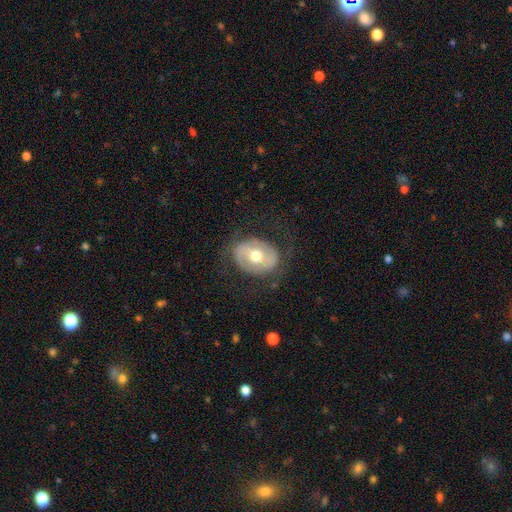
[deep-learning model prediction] This appears to be a featured or disk galaxy (54%) with no bar (50%), no spiral arms (59%) and a moderate central bulge (76%). Merging: none (72%).